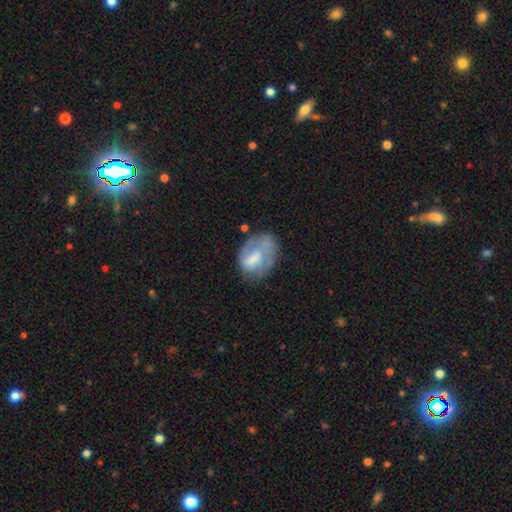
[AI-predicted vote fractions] Morphology: type=smooth (49%); merging=none (46%).